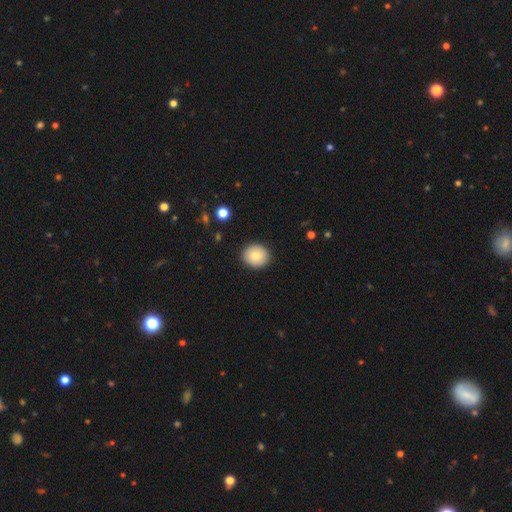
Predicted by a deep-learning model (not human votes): Smooth or featured?
  - smooth: 83% *
  - featured or disk: 9%
  - star or artifact: 8%
How rounded?
  - round: 82% *
  - in between: 17%
  - cigar-shaped: 1%
Merging?
  - none: 91% *
  - minor disturbance: 7%
  - major disturbance: 2%
  - merger: 1%